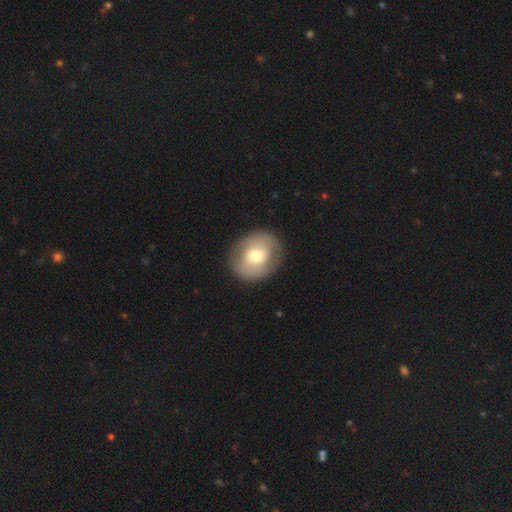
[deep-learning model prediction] A smooth galaxy with no disk features (55%) that is round (61%). Merging: none (85%).